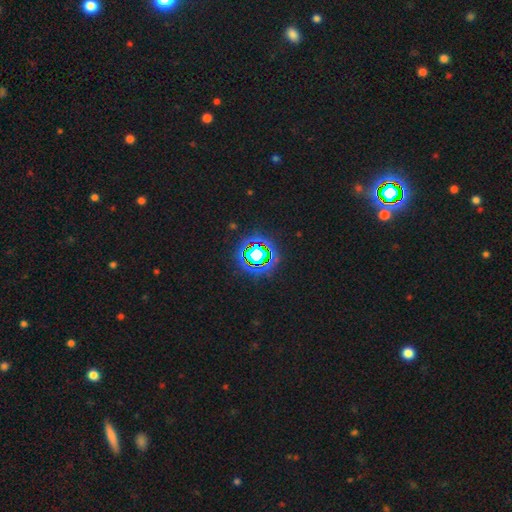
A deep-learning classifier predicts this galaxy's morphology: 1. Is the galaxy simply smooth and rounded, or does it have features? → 70% star or artifact, 18% smooth, 12% featured or disk.